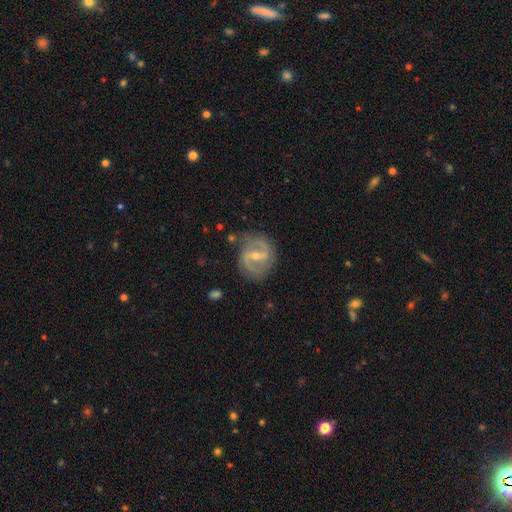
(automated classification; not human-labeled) A featured or disk galaxy (87%) with a weak bar (45%), 2 (91%) medium (53%) spiral arms (94%) and a small central bulge (57%).

Vote fractions:
- Smooth or featured? featured or disk: 87% / smooth: 8% / star or artifact: 6%
- Edge-on disk? no: 97% / yes: 3%
- Bar? weak: 45% / strong: 41% / no: 14%
- Spiral arms? yes: 94% / no: 6%
- Spiral winding? medium: 53% / loose: 27% / tight: 20%
- Spiral arm count? 2: 91% / can't tell: 4% / 1: 2% / 3: 1% / 4: 1% / more than 4: 1%
- Bulge size? small: 57% / moderate: 39% / none: 2% / large: 1% / dominant: 1%
- Merging? none: 79% / minor disturbance: 14% / major disturbance: 5% / merger: 2%